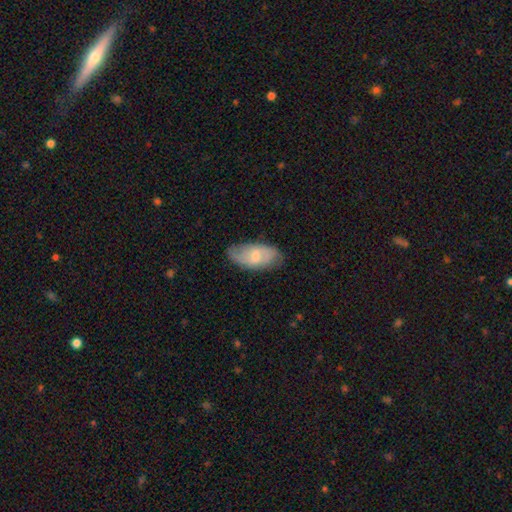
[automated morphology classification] type=smooth (53%); roundness=in between (91%); merging=none (72%).